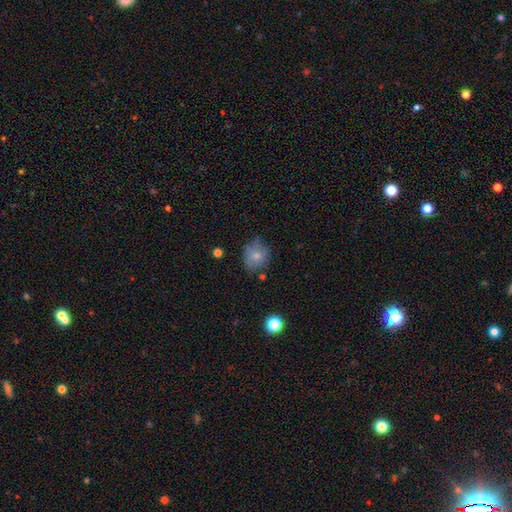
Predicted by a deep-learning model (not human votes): Overall: smooth (75%). How rounded: round (72%). Merging: none (62%; minor disturbance 27%).